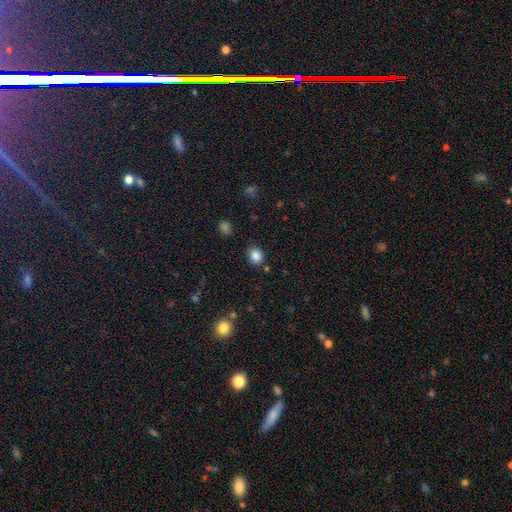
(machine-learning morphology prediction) A smooth galaxy with no disk features (85%) that is round (61%).

Vote fractions:
- Smooth or featured? smooth: 85% / star or artifact: 11% / featured or disk: 4%
- How rounded? round: 61% / in between: 38% / cigar-shaped: 1%
- Merging? none: 80% / minor disturbance: 14% / merger: 3% / major disturbance: 3%